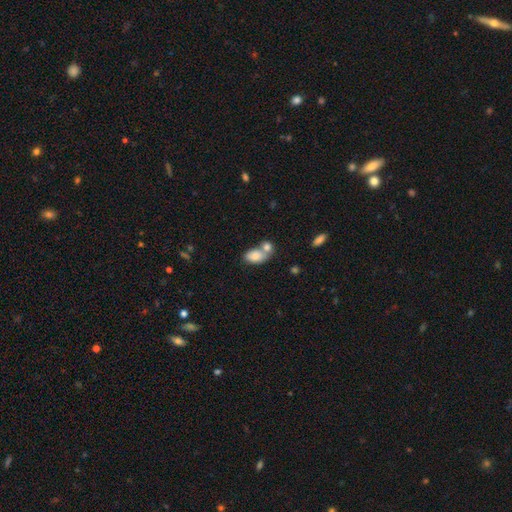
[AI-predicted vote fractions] smooth 81%, featured or disk 12%, star or artifact 7%. Down the decision tree: how rounded — in between (90%); merging — merger (51%).